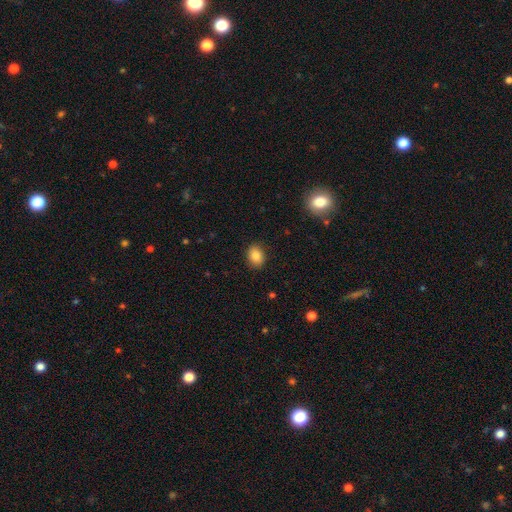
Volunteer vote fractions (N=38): A smooth galaxy with no disk features (84%) that is round (59%).

Vote fractions:
- Smooth or featured? smooth: 84% / featured or disk: 8% / star or artifact: 8%
- How rounded? round: 59% / in between: 41% / cigar-shaped: 0%
- Merging? none: 89% / major disturbance: 6% / merger: 6% / minor disturbance: 0%